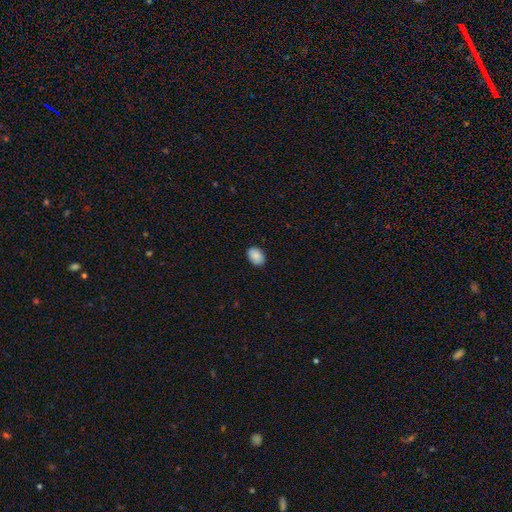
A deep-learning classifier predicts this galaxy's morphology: smooth 88%, star or artifact 7%, featured or disk 5%. Down the decision tree: how rounded — in between (79%); merging — none (87%).